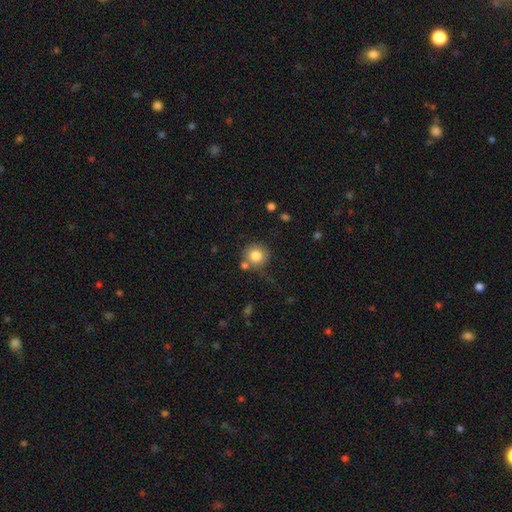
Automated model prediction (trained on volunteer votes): A smooth galaxy with no disk features (81%) that is round (92%).

Vote fractions:
- Smooth or featured? smooth: 81% / star or artifact: 10% / featured or disk: 9%
- How rounded? round: 92% / in between: 7% / cigar-shaped: 1%
- Merging? none: 73% / minor disturbance: 12% / merger: 11% / major disturbance: 4%